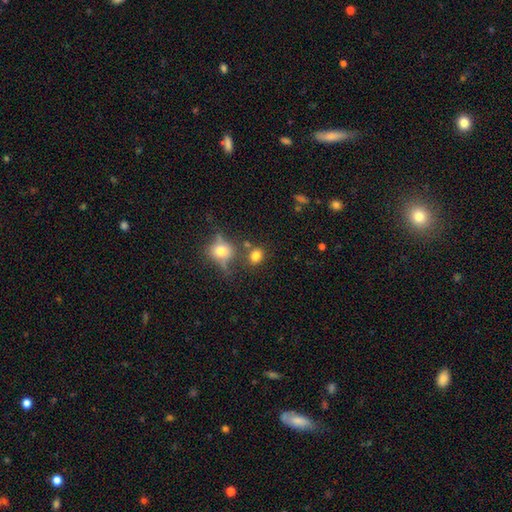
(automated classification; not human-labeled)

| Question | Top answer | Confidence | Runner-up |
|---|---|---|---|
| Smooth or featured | smooth | 78% | star or artifact (13%) |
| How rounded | round | 52% | in between (46%) |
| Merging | none | 68% | merger (15%) |